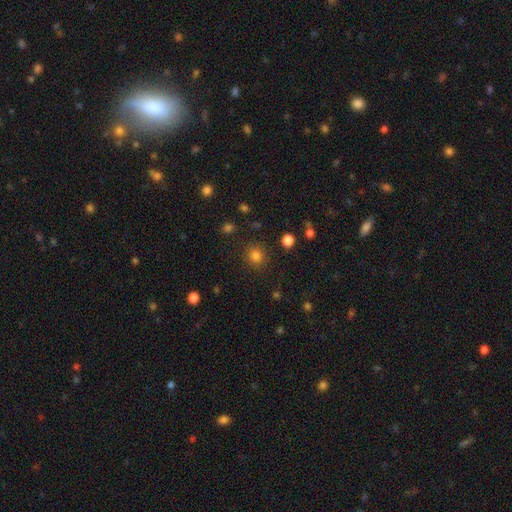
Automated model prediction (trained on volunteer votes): This appears to be a smooth galaxy with no disk features (82%) that is round (88%). Merging: none (87%).